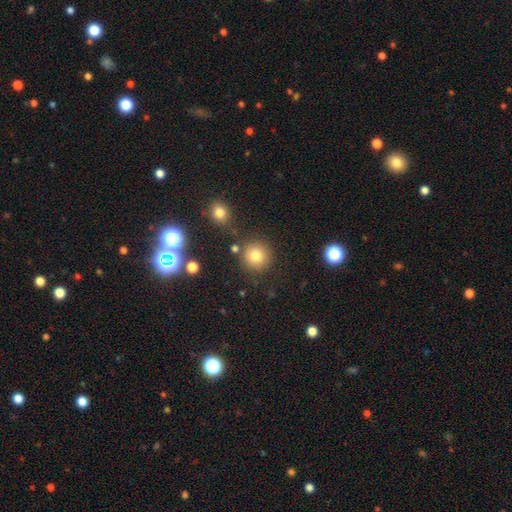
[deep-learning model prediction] smooth-or-featured: smooth: 79% | star or artifact: 13% | featured or disk: 7%
  how-rounded: round: 93% | in between: 6% | cigar-shaped: 1%
  merging: none: 83% | minor disturbance: 8% | merger: 5% | major disturbance: 3%